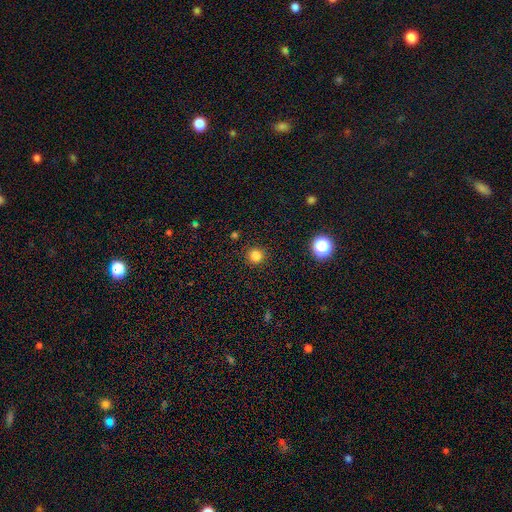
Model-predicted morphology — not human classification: A smooth galaxy with no disk features (82%) that is round (95%). Merging: none (92%).